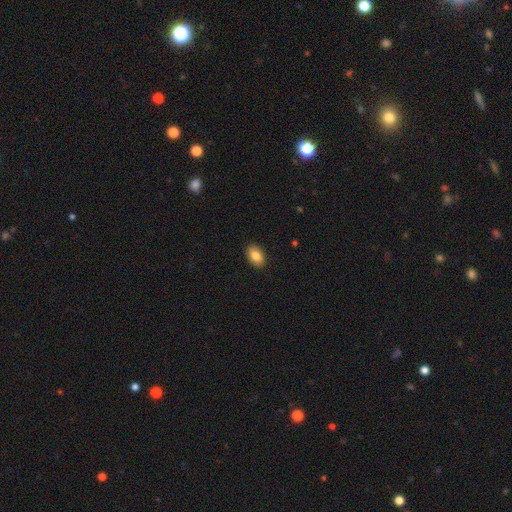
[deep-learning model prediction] A smooth galaxy with no disk features (85%) that is in between round and cigar-shaped (88%). Merging: none (90%).